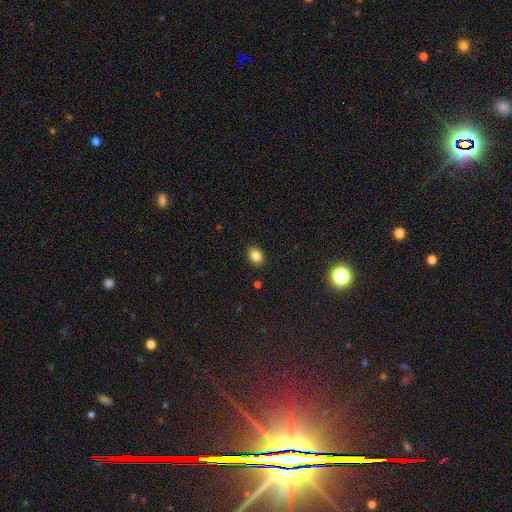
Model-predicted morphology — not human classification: This is clearly a smooth galaxy (84%). How rounded: possibly in between (55%). Merging: clearly none (89%).